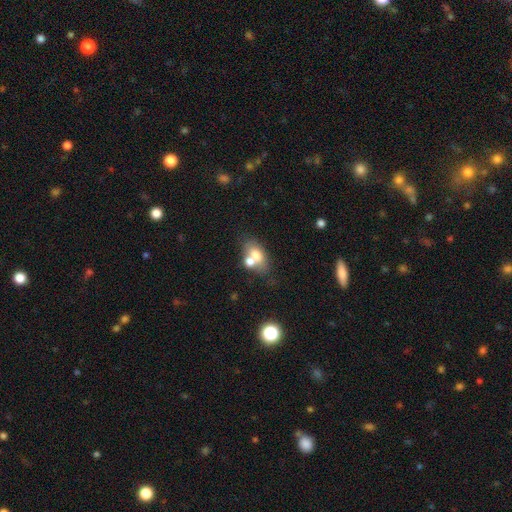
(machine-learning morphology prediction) A smooth galaxy with no disk features (67%) that is in between round and cigar-shaped (80%).

Vote fractions:
- Smooth or featured? smooth: 67% / featured or disk: 23% / star or artifact: 10%
- How rounded? in between: 80% / round: 17% / cigar-shaped: 3%
- Merging? merger: 42% / none: 40% / minor disturbance: 13% / major disturbance: 6%